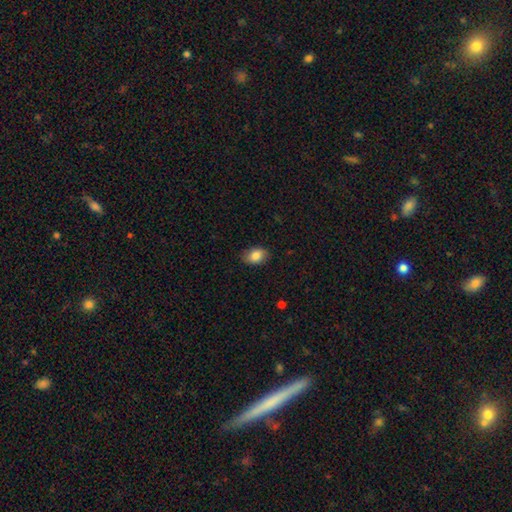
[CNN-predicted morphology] smooth-or-featured: smooth: 85% | star or artifact: 8% | featured or disk: 8%
  how-rounded: in between: 80% | round: 18% | cigar-shaped: 1%
  merging: none: 83% | minor disturbance: 13% | major disturbance: 3% | merger: 1%